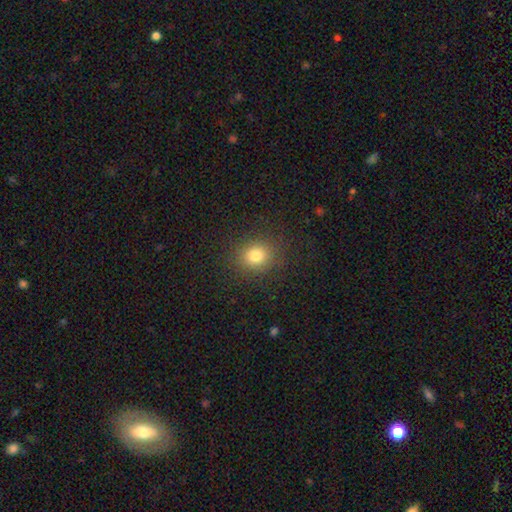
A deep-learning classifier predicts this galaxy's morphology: type=smooth (79%); roundness=round (76%); merging=none (88%).